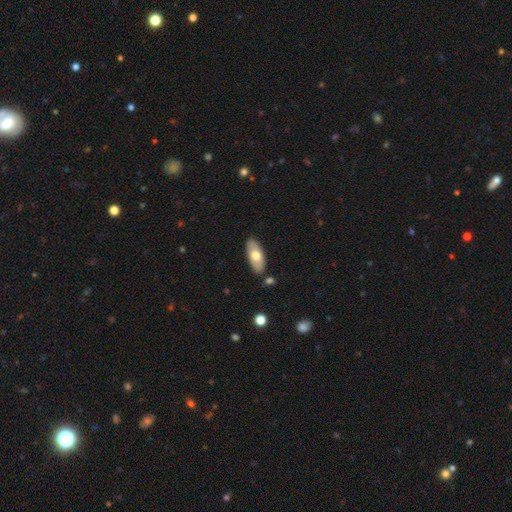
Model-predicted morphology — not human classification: Smooth or featured: smooth — 67% (featured or disk — 28%)
How rounded: in between — 85% (cigar-shaped — 13%)
Merging: none — 85% (minor disturbance — 10%)